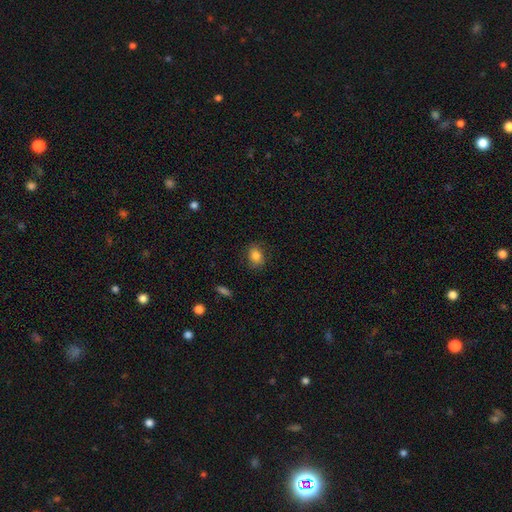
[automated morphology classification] Smooth or featured? Predicted: smooth (p=0.82). How rounded? Predicted: in between (p=0.60). Merging? Predicted: none (p=0.81).